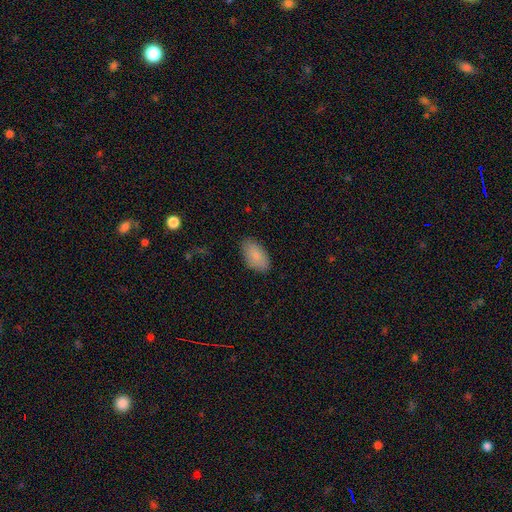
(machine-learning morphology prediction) Smooth or featured? smooth (86%)
How rounded? in between (95%)
Merging? none (85%)